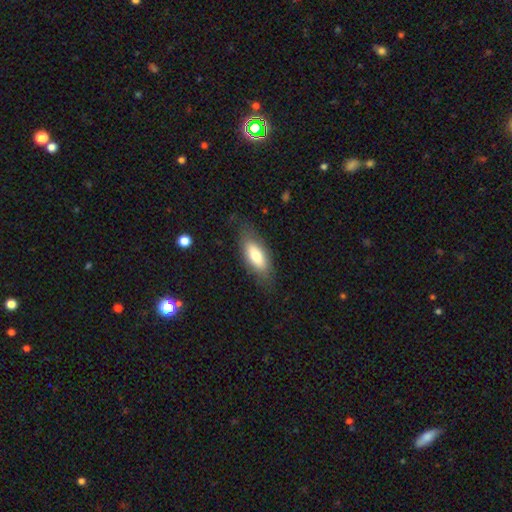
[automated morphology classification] smooth-or-featured: smooth: 73% | featured or disk: 21% | star or artifact: 6%
  how-rounded: in between: 78% | cigar-shaped: 20% | round: 2%
  merging: none: 76% | minor disturbance: 17% | major disturbance: 6% | merger: 1%